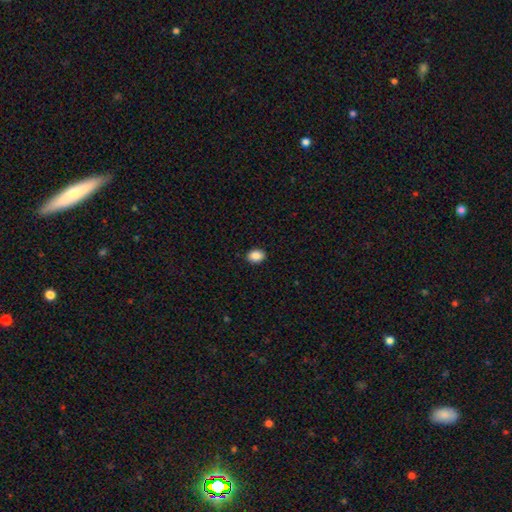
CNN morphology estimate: Q: Smooth or featured?
A: smooth (87%); runner-up: star or artifact (8%)
Q: How rounded?
A: in between (66%); runner-up: round (33%)
Q: Merging?
A: none (91%); runner-up: minor disturbance (7%)